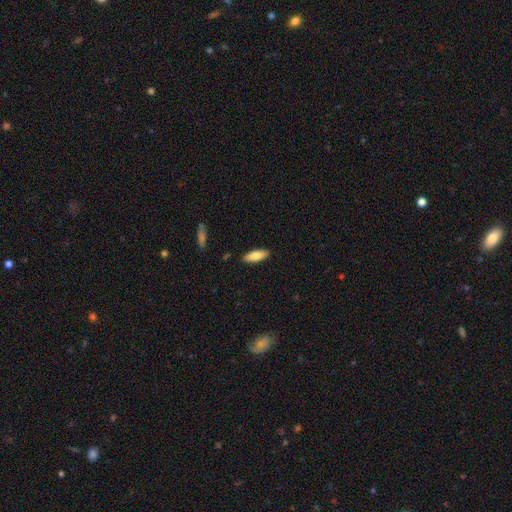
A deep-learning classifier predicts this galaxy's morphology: Smooth or featured? smooth (80%)
How rounded? in between (65%)
Merging? none (88%)